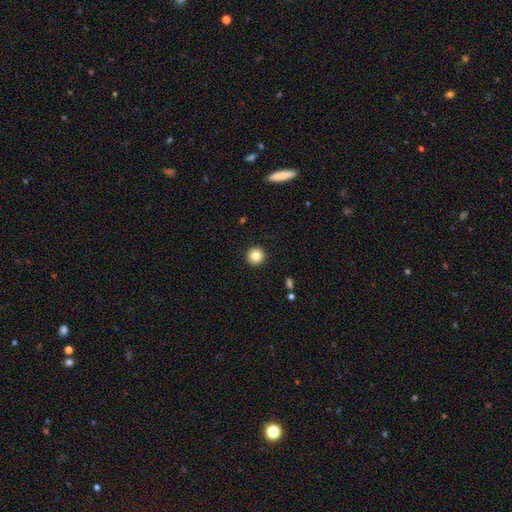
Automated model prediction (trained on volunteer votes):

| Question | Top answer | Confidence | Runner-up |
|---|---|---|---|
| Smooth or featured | smooth | 84% | star or artifact (10%) |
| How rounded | round | 96% | in between (3%) |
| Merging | none | 93% | minor disturbance (4%) |